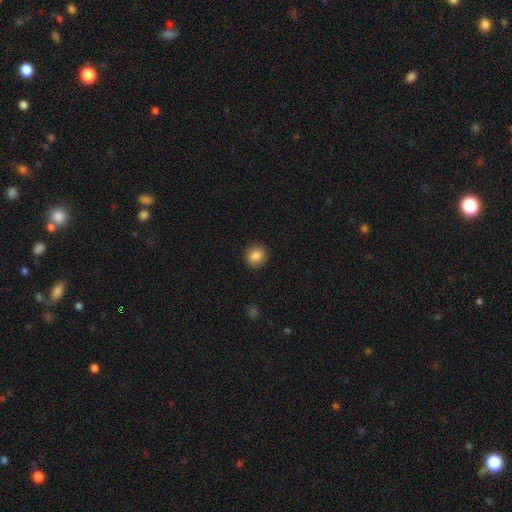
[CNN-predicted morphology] type=smooth (87%); roundness=round (82%); merging=none (90%).